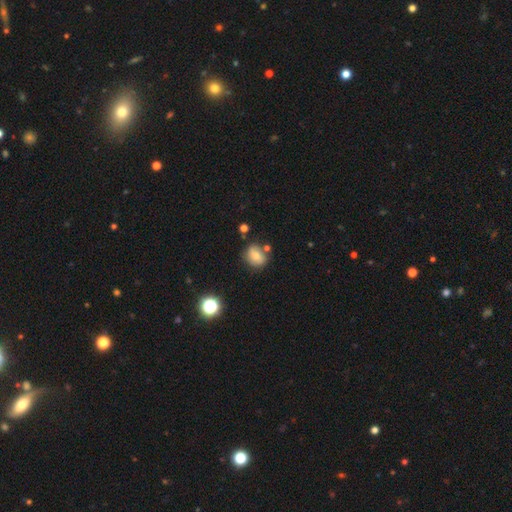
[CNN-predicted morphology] A smooth galaxy with no disk features (73%) that is round (54%).

Vote fractions:
- Smooth or featured? smooth: 73% / featured or disk: 15% / star or artifact: 11%
- How rounded? round: 54% / in between: 45% / cigar-shaped: 1%
- Merging? none: 69% / minor disturbance: 17% / merger: 10% / major disturbance: 4%